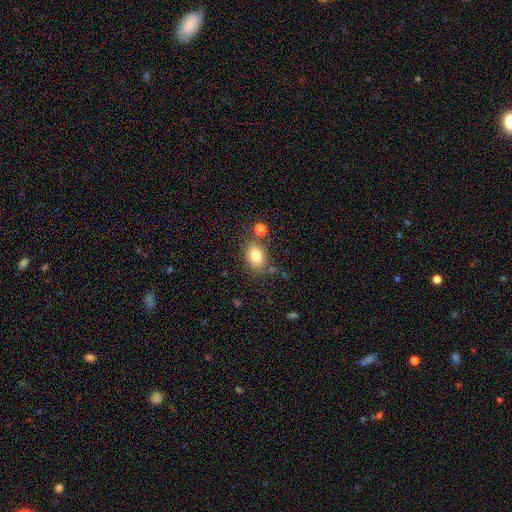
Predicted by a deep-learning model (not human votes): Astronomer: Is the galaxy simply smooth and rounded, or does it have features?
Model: smooth — 81%.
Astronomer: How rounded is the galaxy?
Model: in between — 68%.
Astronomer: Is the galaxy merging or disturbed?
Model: none — 71%.